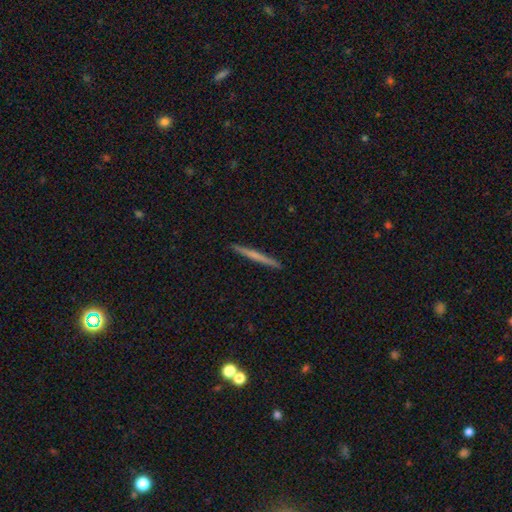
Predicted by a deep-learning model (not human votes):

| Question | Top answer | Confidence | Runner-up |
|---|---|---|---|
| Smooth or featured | smooth | 51% | featured or disk (43%) |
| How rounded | cigar-shaped | 97% | in between (2%) |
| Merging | none | 93% | minor disturbance (5%) |